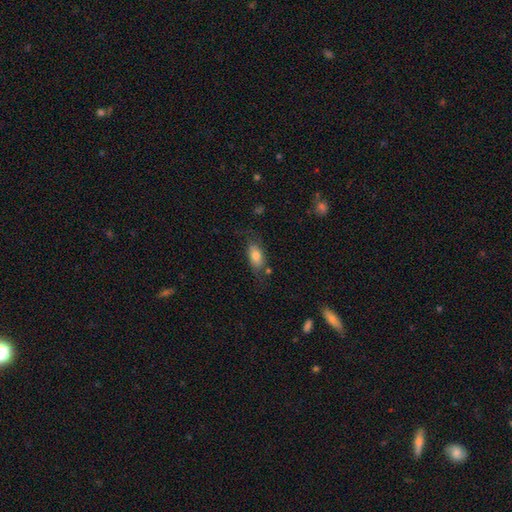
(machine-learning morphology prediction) This is likely a smooth galaxy (75%). How rounded: clearly in between (86%). Merging: likely none (61%).